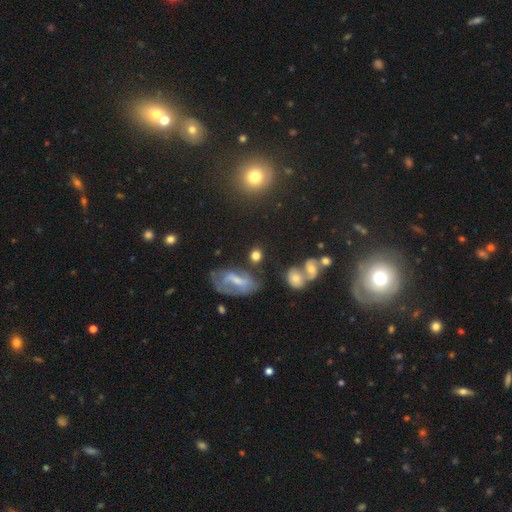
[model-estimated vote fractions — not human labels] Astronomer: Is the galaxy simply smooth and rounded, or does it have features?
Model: smooth — 61%.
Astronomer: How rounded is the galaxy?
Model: round — 55% (runner-up: in between, 42%).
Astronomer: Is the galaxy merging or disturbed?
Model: none — 57%.